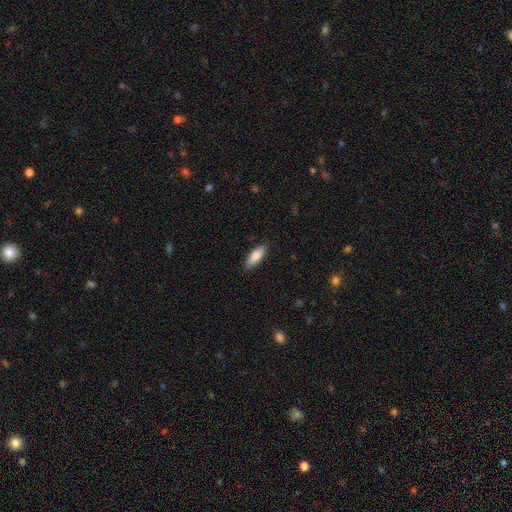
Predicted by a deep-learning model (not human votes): Morphology: type=smooth (86%); roundness=in between (74%); merging=none (85%).